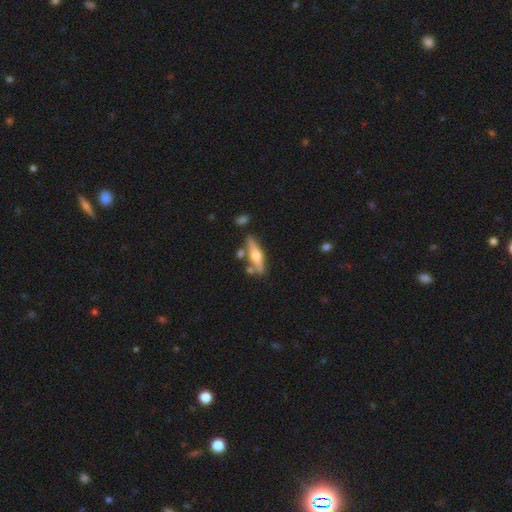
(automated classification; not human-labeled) Smooth or featured?
  - featured or disk: 57% *
  - smooth: 37%
  - star or artifact: 6%
Edge-on disk?
  - yes: 92% *
  - no: 8%
Edge-on bulge?
  - rounded: 92% *
  - boxy: 4%
  - none: 3%
Merging?
  - none: 73% *
  - minor disturbance: 13%
  - merger: 10%
  - major disturbance: 4%